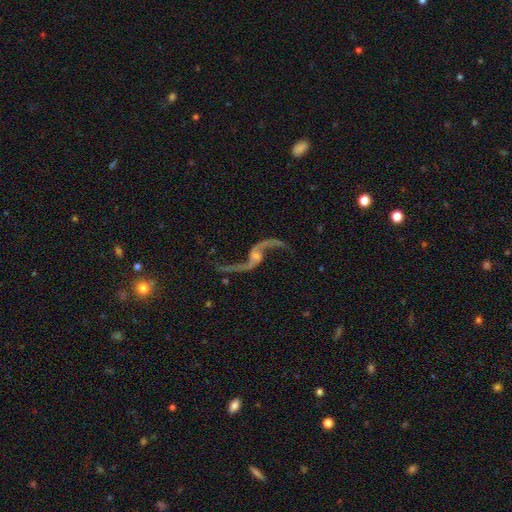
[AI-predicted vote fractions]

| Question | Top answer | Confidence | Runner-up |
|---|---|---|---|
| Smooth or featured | featured or disk | 91% | star or artifact (6%) |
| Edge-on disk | no | 95% | yes (5%) |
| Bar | no | 57% | weak (31%) |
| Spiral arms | yes | 97% | no (3%) |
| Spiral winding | loose | 94% | medium (4%) |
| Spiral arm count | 2 | 94% | 1 (2%) |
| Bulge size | small | 52% | moderate (25%) |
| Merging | none | 68% | minor disturbance (14%) |